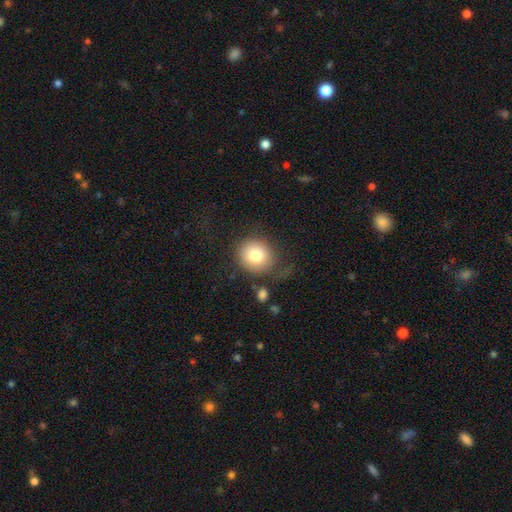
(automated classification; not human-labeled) The model was most divided on "merging": none: 69%, minor disturbance: 17%, major disturbance: 11%, merger: 4%. More confident: how rounded — round (88%); smooth or featured — smooth (79%).